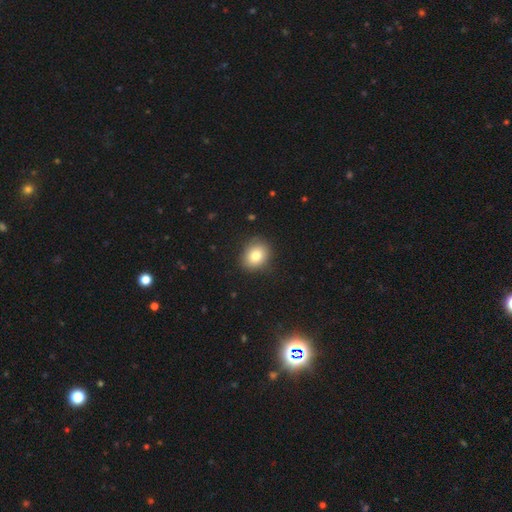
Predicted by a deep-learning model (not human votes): smooth 82%, star or artifact 9%, featured or disk 9%. Down the decision tree: how rounded — round (56%); merging — none (87%).